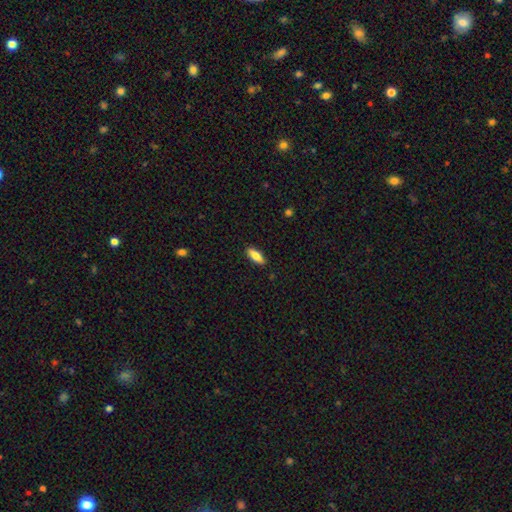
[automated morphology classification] Overall: smooth (80%). How rounded: in between (72%). Merging: none (89%).